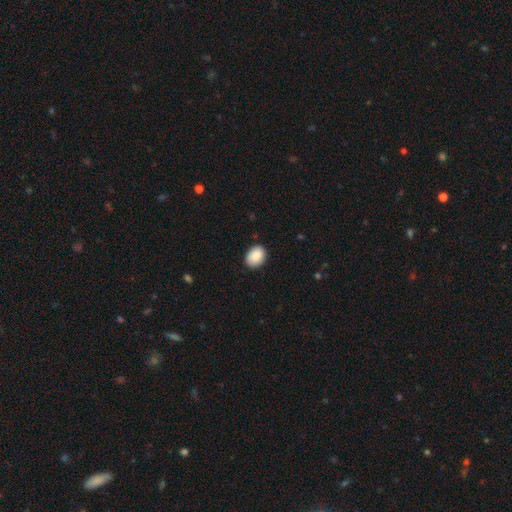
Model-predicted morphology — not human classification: The model was most divided on "how rounded": in between: 68%, round: 31%, cigar-shaped: 1%. More confident: smooth or featured — smooth (89%); merging — none (85%).